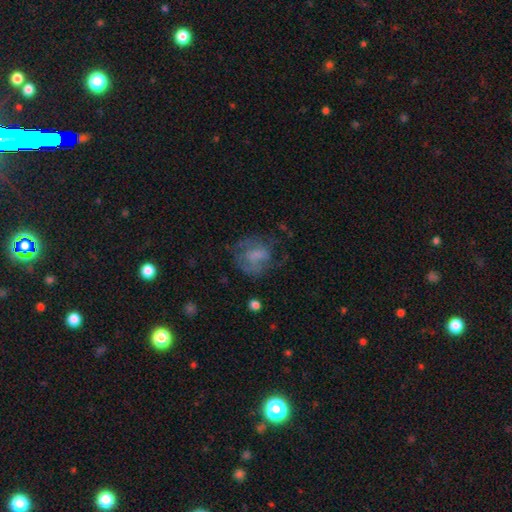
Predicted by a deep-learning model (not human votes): A smooth galaxy with no disk features (45%).

Vote fractions:
- Smooth or featured? smooth: 45% / featured or disk: 43% / star or artifact: 12%
- Merging? none: 47% / major disturbance: 27% / minor disturbance: 23% / merger: 2%